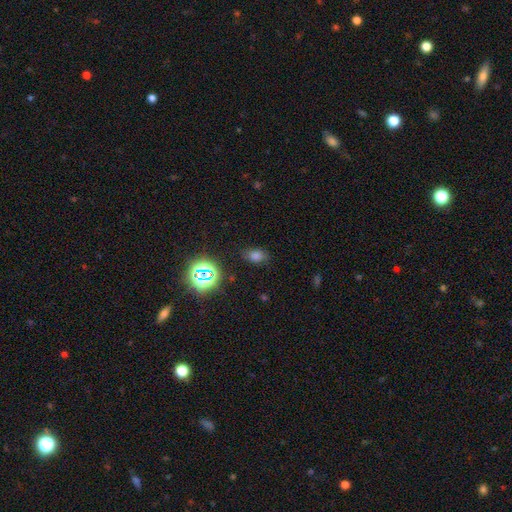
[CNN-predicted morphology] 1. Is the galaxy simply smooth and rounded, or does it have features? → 64% smooth, 28% star or artifact, 8% featured or disk.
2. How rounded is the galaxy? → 77% in between, 21% round, 2% cigar-shaped.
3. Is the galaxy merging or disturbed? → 79% none, 15% minor disturbance, 4% major disturbance, 2% merger.